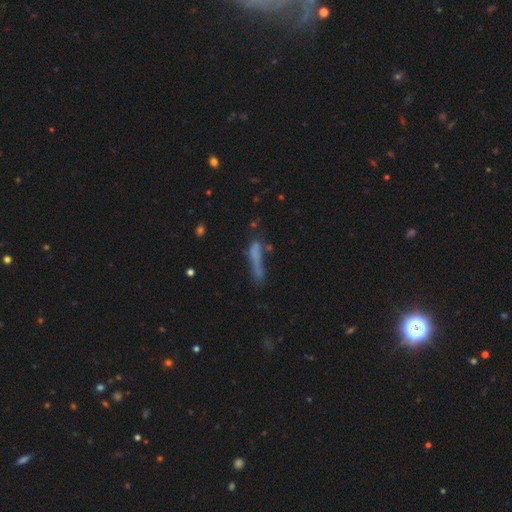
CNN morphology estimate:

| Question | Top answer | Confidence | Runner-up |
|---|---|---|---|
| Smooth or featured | smooth | 58% | featured or disk (27%) |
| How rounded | cigar-shaped | 86% | in between (11%) |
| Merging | none | 47% | minor disturbance (22%) |